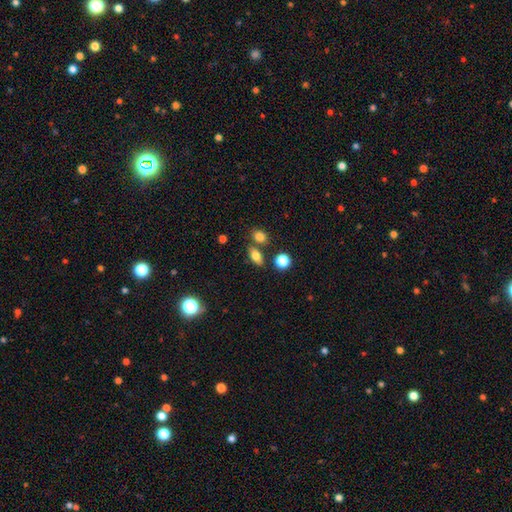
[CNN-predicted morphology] This appears to be a smooth galaxy with no disk features (78%) that is in between round and cigar-shaped (78%). Merging: none (70%).